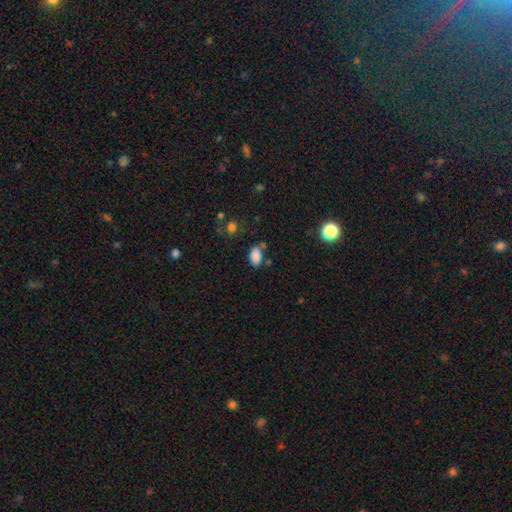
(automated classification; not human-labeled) The model was most divided on "merging": none: 65%, minor disturbance: 19%, merger: 10%, major disturbance: 6%. More confident: how rounded — in between (91%); smooth or featured — smooth (85%).